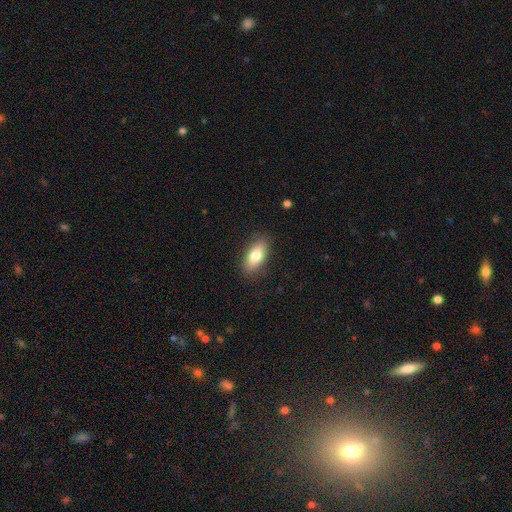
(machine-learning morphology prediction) Q: Smooth or featured?
A: smooth (79%); runner-up: featured or disk (14%)
Q: How rounded?
A: in between (85%); runner-up: cigar-shaped (11%)
Q: Merging?
A: none (86%); runner-up: minor disturbance (10%)